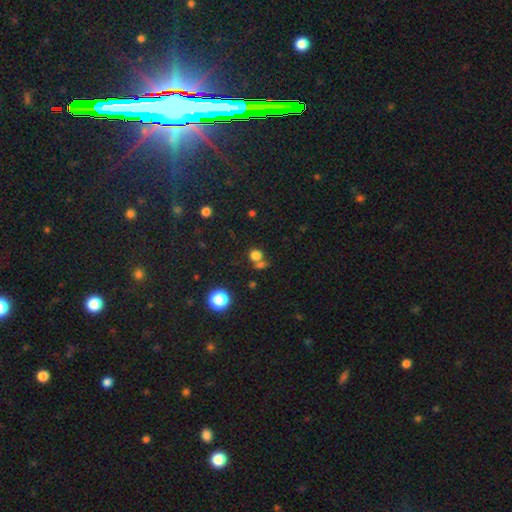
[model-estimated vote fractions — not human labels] smooth-or-featured: smooth: 74% | star or artifact: 18% | featured or disk: 7%
  how-rounded: round: 84% | in between: 15% | cigar-shaped: 1%
  merging: none: 52% | merger: 34% | minor disturbance: 9% | major disturbance: 5%